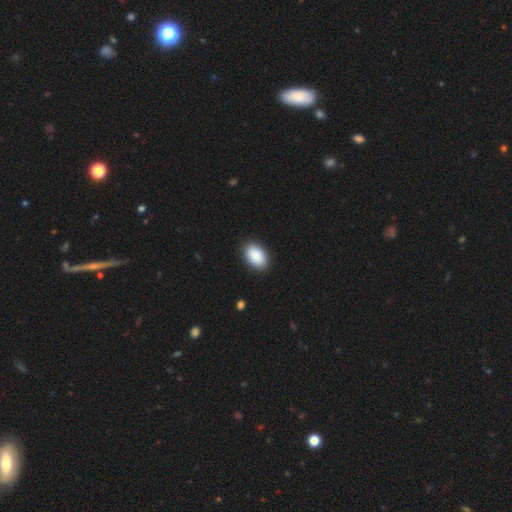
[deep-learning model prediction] Smooth or featured? smooth (91%)
How rounded? in between (92%)
Merging? none (90%)